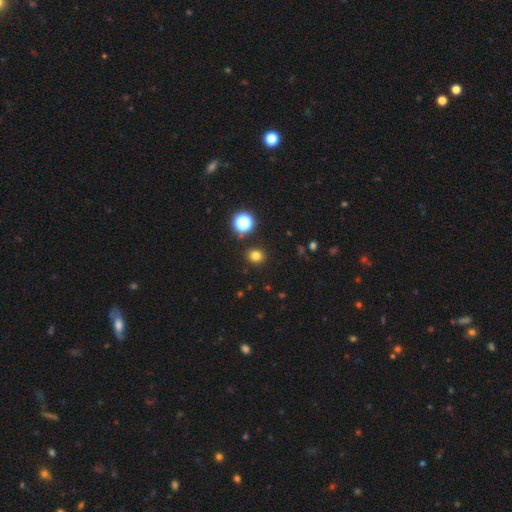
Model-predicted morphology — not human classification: Q: Smooth or featured?
A: smooth (78%); runner-up: star or artifact (17%)
Q: How rounded?
A: round (84%); runner-up: in between (15%)
Q: Merging?
A: none (90%); runner-up: minor disturbance (5%)